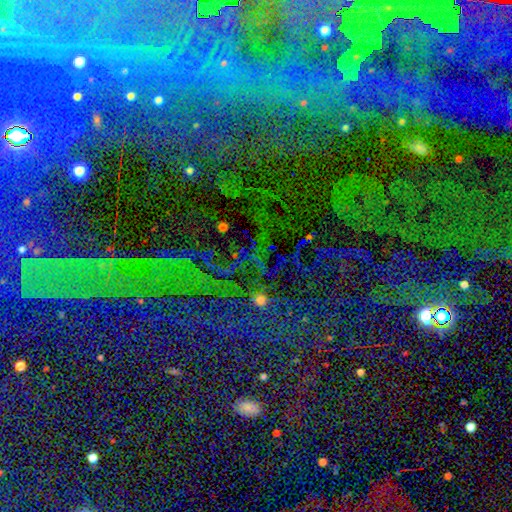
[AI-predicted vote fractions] Smooth or featured?
  - star or artifact: 73% *
  - smooth: 17%
  - featured or disk: 10%